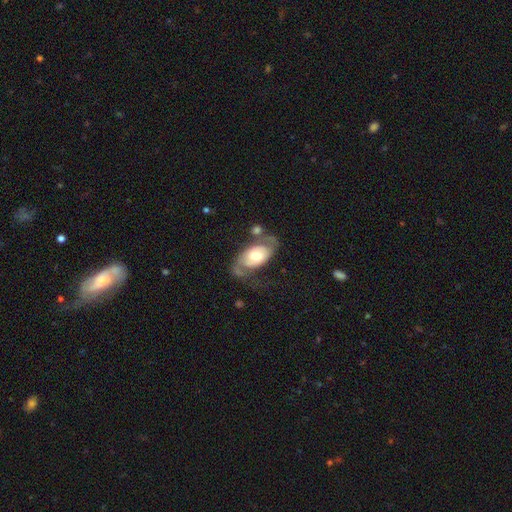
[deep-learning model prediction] Smooth or featured? Predicted: featured or disk (p=0.65). Edge-on disk? Predicted: no (p=0.93). Bar? Predicted: no (p=0.73). Spiral arms? Predicted: yes (p=0.73). Bulge size? Predicted: moderate (p=0.63). Merging? Predicted: none (p=0.43).